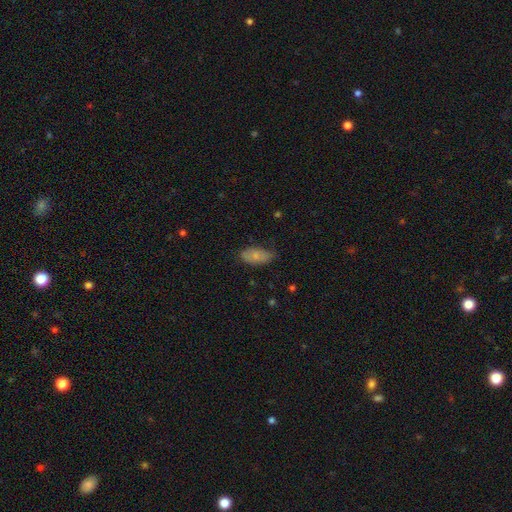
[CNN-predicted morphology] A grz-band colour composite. It shows a smooth galaxy with no disk features (72%) that is in between round and cigar-shaped (91%). Merging: none (62%).